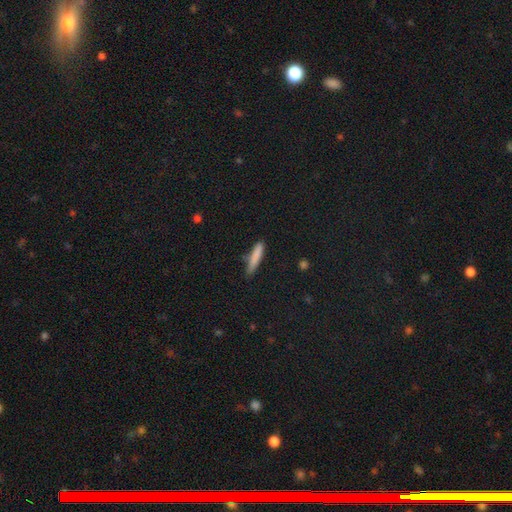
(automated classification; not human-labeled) smooth-or-featured: smooth: 82% | featured or disk: 11% | star or artifact: 7%
  how-rounded: cigar-shaped: 90% | in between: 9% | round: 1%
  merging: none: 74% | minor disturbance: 19% | major disturbance: 3% | merger: 3%